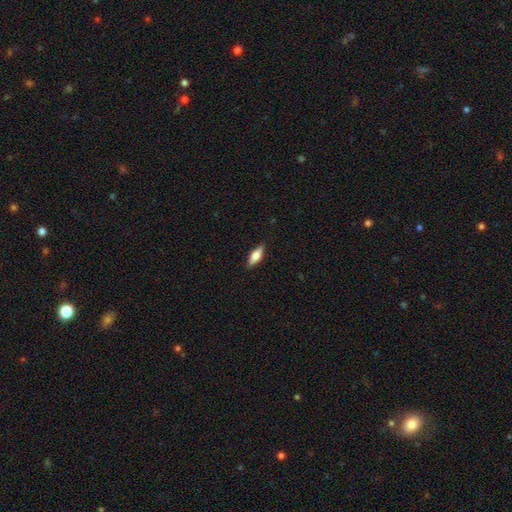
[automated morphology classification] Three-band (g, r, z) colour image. It shows a smooth galaxy with no disk features (56%) that is in between round and cigar-shaped (58%). Merging: none (88%).